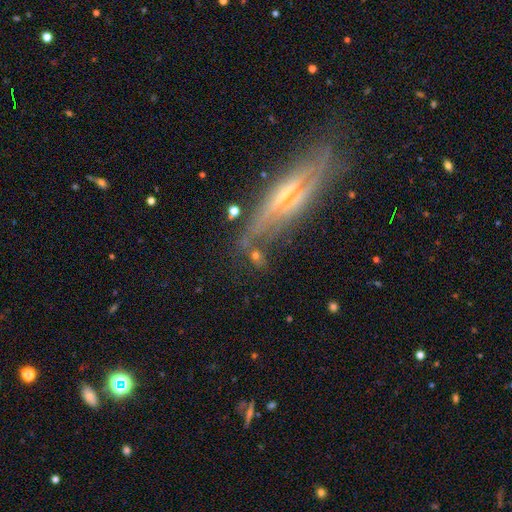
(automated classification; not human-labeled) The model was most divided on "how rounded": round: 45%, in between: 43%, cigar-shaped: 12%. More confident: merging — none (63%); smooth or featured — smooth (50%).